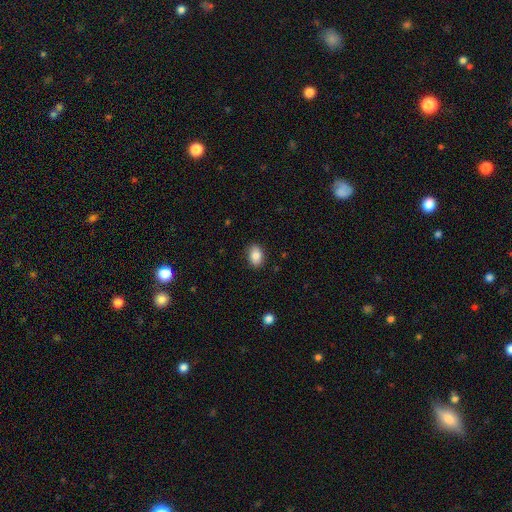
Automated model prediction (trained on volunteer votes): A smooth galaxy with no disk features (85%) that is in between round and cigar-shaped (78%). Merging: none (87%).